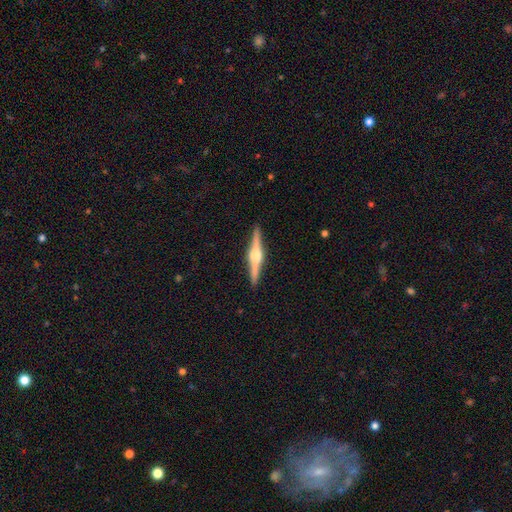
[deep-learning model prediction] smooth_or_featured: featured or disk (p=0.80) [alt: smooth p=0.14]
disk_edge_on: yes (p=0.98) [alt: no p=0.02]
edge_on_bulge: rounded (p=0.91) [alt: boxy p=0.07]
merging: none (p=0.92) [alt: minor disturbance p=0.06]